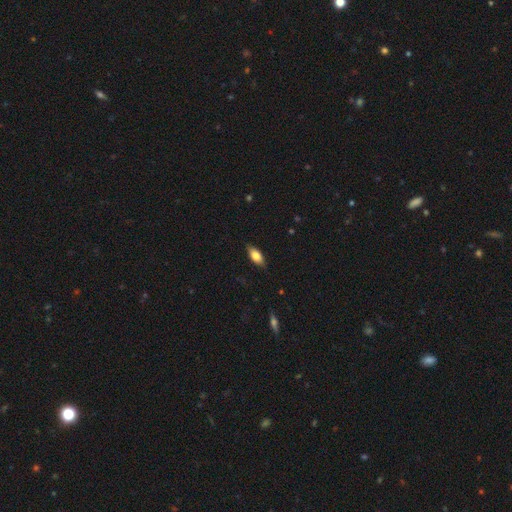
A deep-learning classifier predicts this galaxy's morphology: This is likely a smooth galaxy (76%). How rounded: clearly in between (84%). Merging: clearly none (83%).